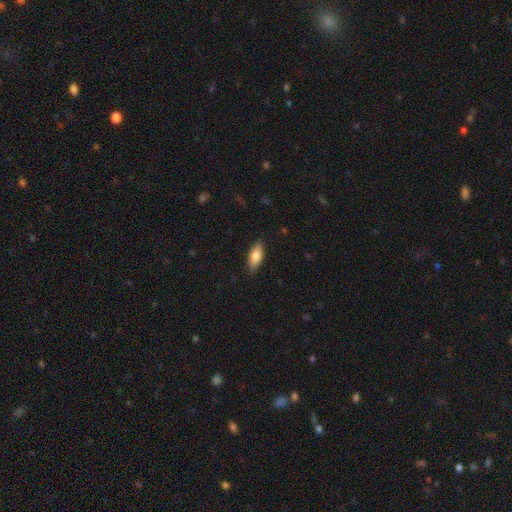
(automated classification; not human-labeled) smooth_or_featured: smooth (p=0.79) [alt: featured or disk p=0.14]
how_rounded: in between (p=0.78) [alt: cigar-shaped p=0.20]
merging: none (p=0.82) [alt: minor disturbance p=0.14]